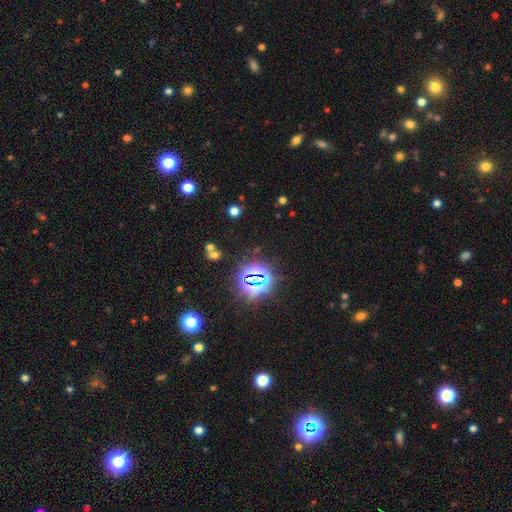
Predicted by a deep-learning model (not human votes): Q: Smooth or featured?
A: star or artifact (75%); runner-up: smooth (18%)